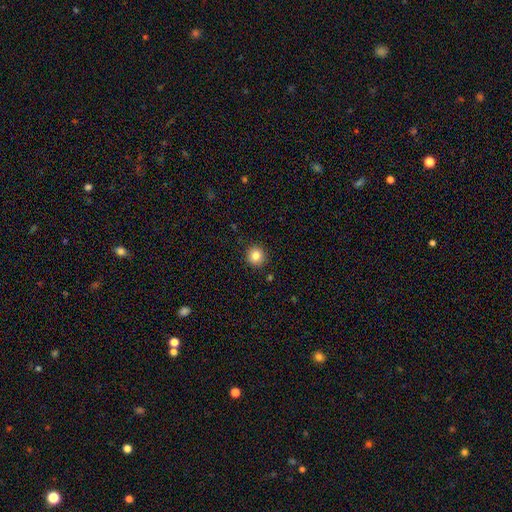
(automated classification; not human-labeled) Smooth or featured?
  - smooth: 83% *
  - star or artifact: 11%
  - featured or disk: 7%
How rounded?
  - round: 93% *
  - in between: 6%
  - cigar-shaped: 1%
Merging?
  - none: 92% *
  - minor disturbance: 6%
  - major disturbance: 2%
  - merger: 1%